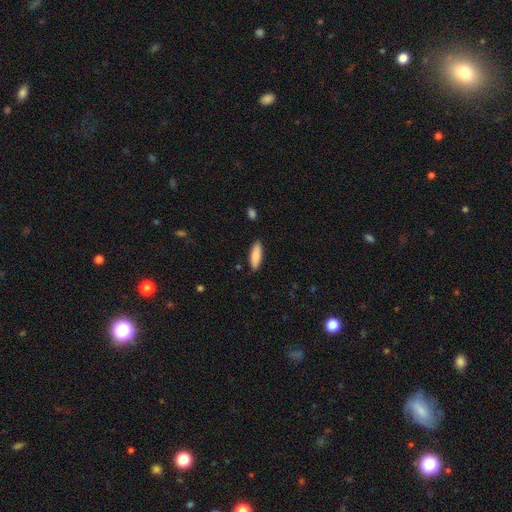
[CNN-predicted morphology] Smooth or featured: smooth — 86% (featured or disk — 8%)
How rounded: in between — 52% (cigar-shaped — 47%)
Merging: none — 88% (minor disturbance — 9%)